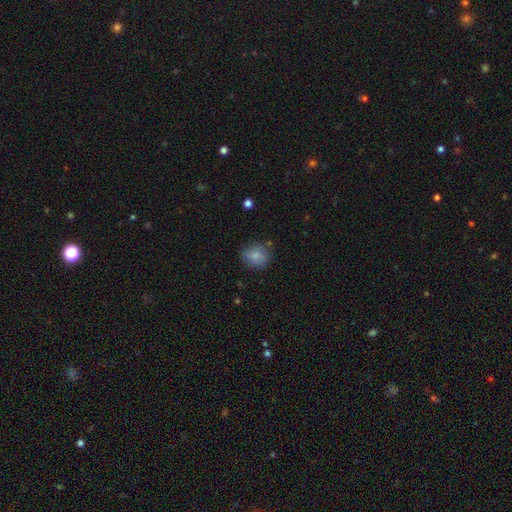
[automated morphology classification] smooth_or_featured: smooth (p=0.80) [alt: featured or disk p=0.11]
how_rounded: round (p=0.72) [alt: in between p=0.27]
merging: none (p=0.74) [alt: minor disturbance p=0.18]